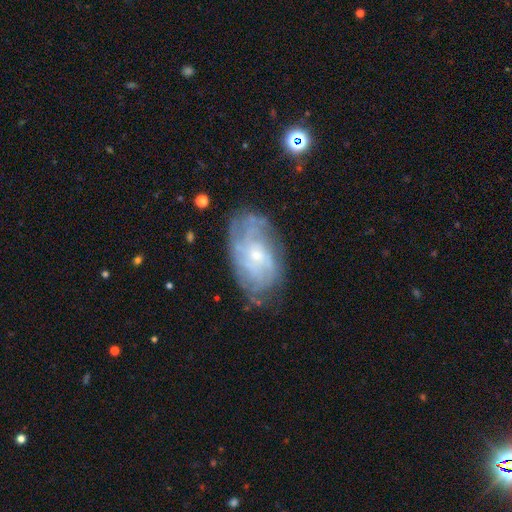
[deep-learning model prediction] Smooth or featured? Predicted: featured or disk (p=0.77). Edge-on disk? Predicted: no (p=0.95). Bar? Predicted: no (p=0.73). Spiral arms? Predicted: yes (p=0.88). Spiral winding? Predicted: tight (p=0.58). Spiral arm count? Predicted: can't tell (p=0.53). Bulge size? Predicted: small (p=0.70). Merging? Predicted: none (p=0.70).